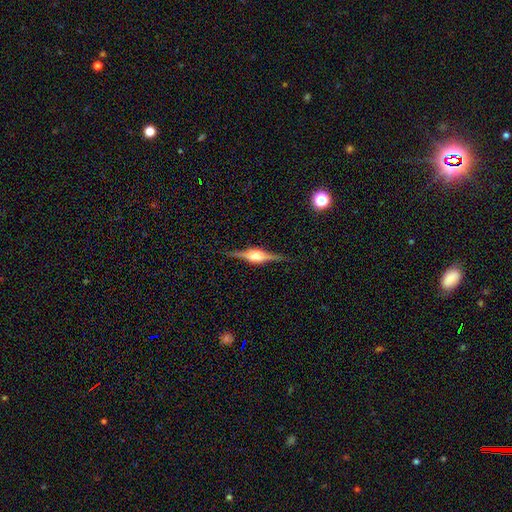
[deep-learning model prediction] Smooth or featured: featured or disk — 84% (smooth — 10%)
Edge-on disk: yes — 98% (no — 2%)
Edge-on bulge: rounded — 84% (boxy — 15%)
Merging: none — 88% (minor disturbance — 9%)